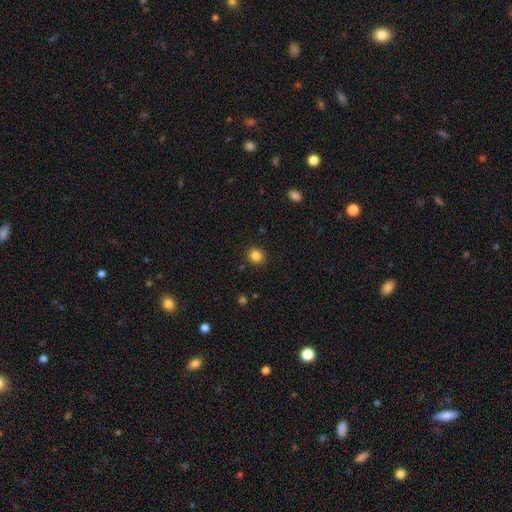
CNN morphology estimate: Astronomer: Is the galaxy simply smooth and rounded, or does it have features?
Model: smooth — 84%.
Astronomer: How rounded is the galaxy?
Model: round — 87%.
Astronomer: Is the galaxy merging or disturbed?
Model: none — 90%.